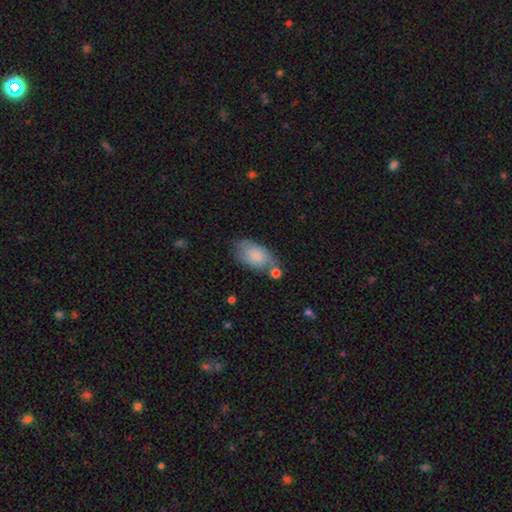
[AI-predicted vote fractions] Smooth or featured? Predicted: smooth (p=0.77). How rounded? Predicted: in between (p=0.92). Merging? Predicted: none (p=0.53).